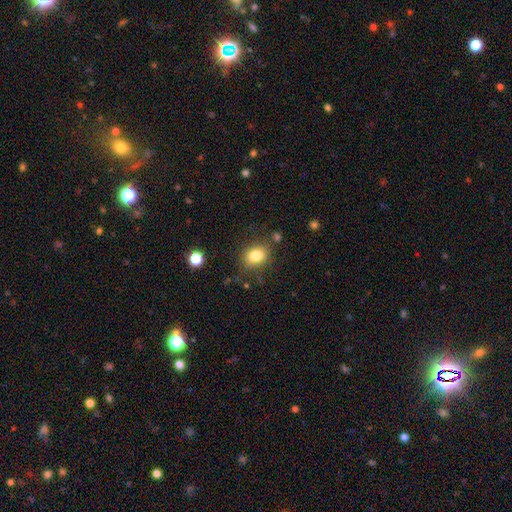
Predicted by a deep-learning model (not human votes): Q: Smooth or featured?
A: smooth (82%); runner-up: star or artifact (10%)
Q: How rounded?
A: in between (56%); runner-up: round (43%)
Q: Merging?
A: none (77%); runner-up: minor disturbance (14%)